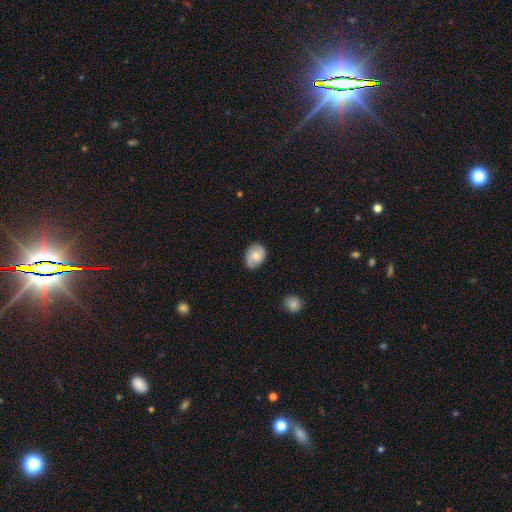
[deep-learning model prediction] Smooth or featured: smooth — 51% (featured or disk — 42%)
How rounded: in between — 61% (round — 38%)
Merging: none — 70% (minor disturbance — 23%)